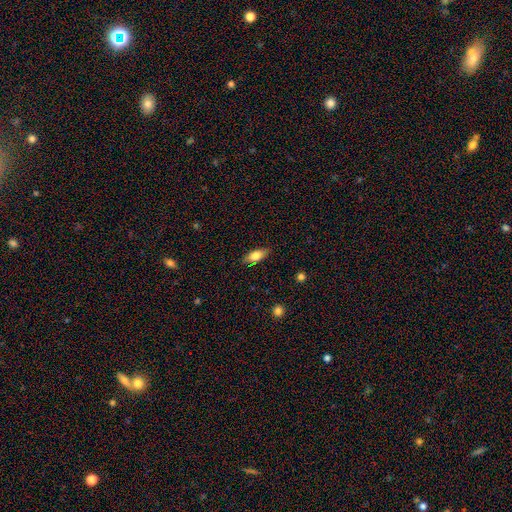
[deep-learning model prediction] smooth-or-featured: smooth: 76% | featured or disk: 17% | star or artifact: 7%
  how-rounded: in between: 78% | cigar-shaped: 18% | round: 3%
  merging: none: 85% | minor disturbance: 11% | major disturbance: 2% | merger: 1%